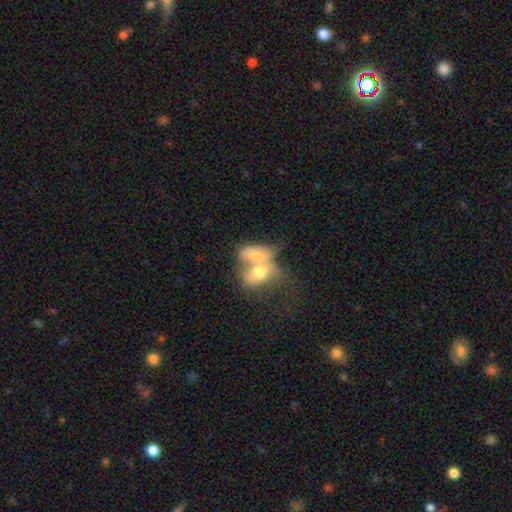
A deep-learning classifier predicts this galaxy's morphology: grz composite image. It shows a smooth galaxy with no disk features (61%) that is in between round and cigar-shaped (77%). Merging: merger (78%).